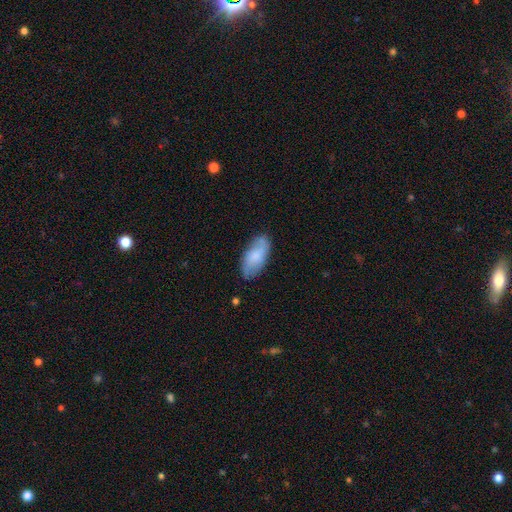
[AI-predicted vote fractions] This is likely a smooth galaxy (66%). How rounded: clearly in between (91%). Merging: likely none (76%).